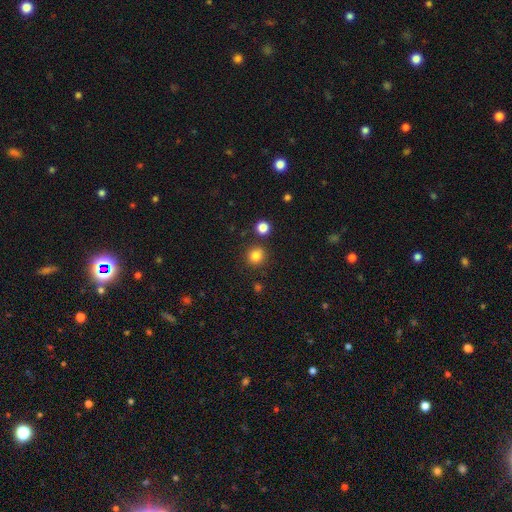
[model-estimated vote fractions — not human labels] The model was most divided on "smooth or featured": smooth: 83%, star or artifact: 12%, featured or disk: 5%. More confident: how rounded — round (90%); merging — none (86%).